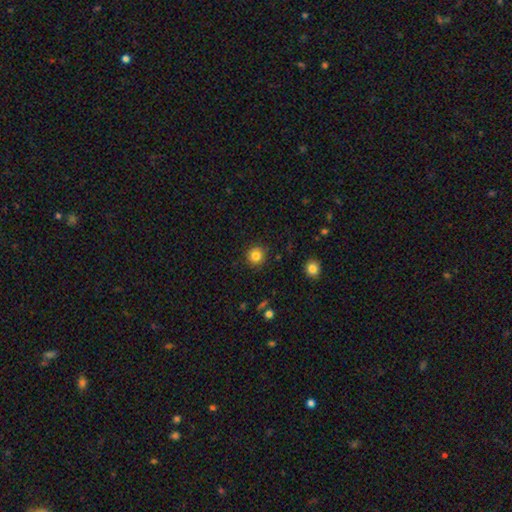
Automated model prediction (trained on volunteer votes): Smooth or featured: smooth — 83% (star or artifact — 12%)
How rounded: round — 91% (in between — 8%)
Merging: none — 89% (minor disturbance — 7%)